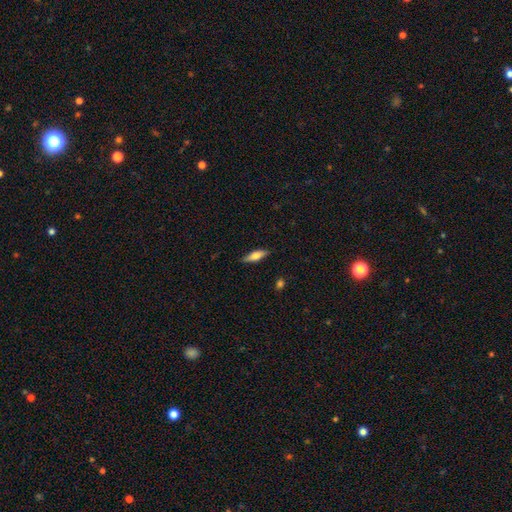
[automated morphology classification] A smooth galaxy with no disk features (59%) that is cigar-shaped (55%). Merging: none (86%).